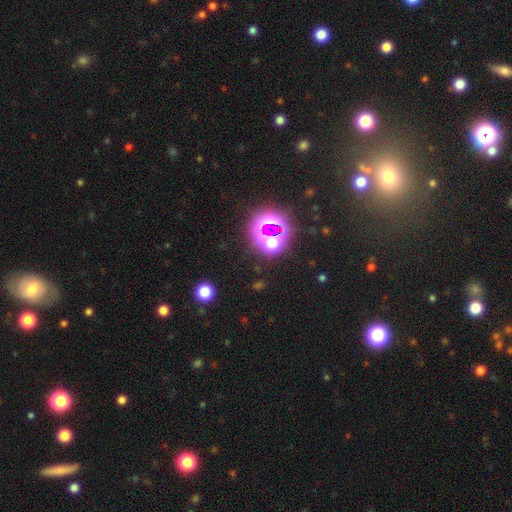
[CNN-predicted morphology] Smooth or featured: star or artifact — 75% (smooth — 16%)